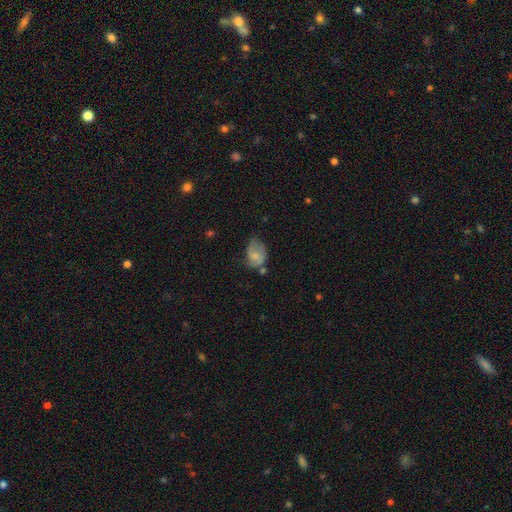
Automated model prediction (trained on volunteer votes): smooth 56%, featured or disk 35%, star or artifact 8%. Down the decision tree: how rounded — in between (70%); merging — minor disturbance (37%).